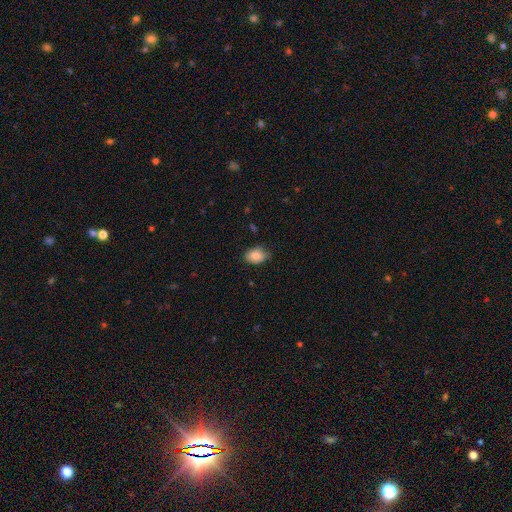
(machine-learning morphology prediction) Smooth or featured? smooth (86%)
How rounded? in between (82%)
Merging? none (71%)